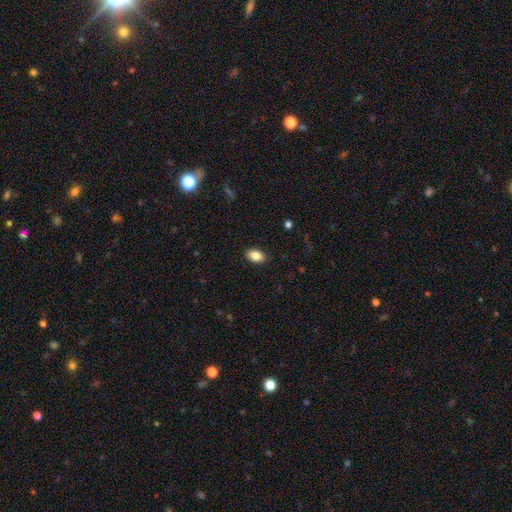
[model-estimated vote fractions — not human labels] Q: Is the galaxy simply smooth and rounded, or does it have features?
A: smooth — 85%.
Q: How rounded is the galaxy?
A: in between — 91%.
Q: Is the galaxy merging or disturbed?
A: none — 88%.